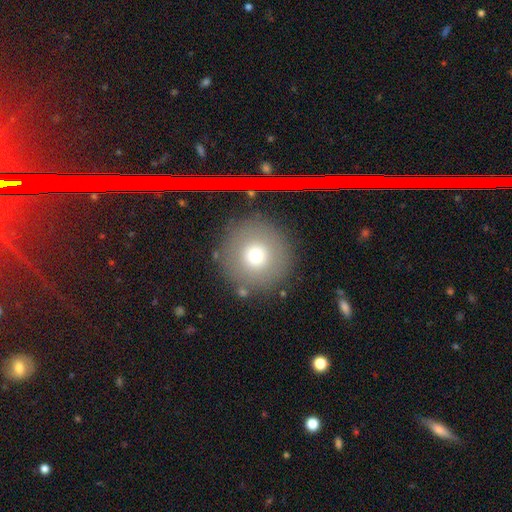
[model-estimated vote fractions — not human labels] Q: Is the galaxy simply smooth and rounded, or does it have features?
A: smooth — 70%.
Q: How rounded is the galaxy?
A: round — 96%.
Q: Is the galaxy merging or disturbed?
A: none — 85%.